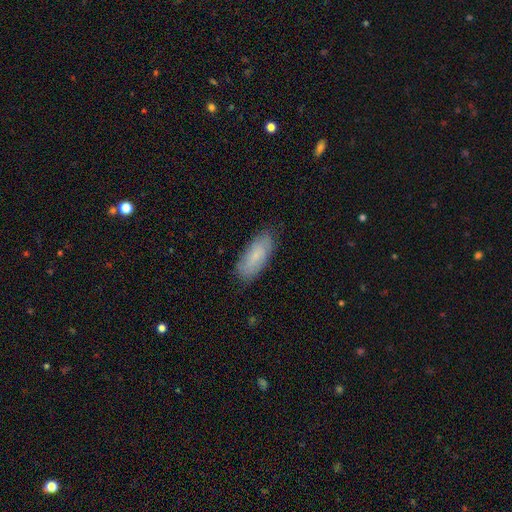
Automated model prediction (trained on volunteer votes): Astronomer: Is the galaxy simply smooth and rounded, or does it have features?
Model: smooth — 72%.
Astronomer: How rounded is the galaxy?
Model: in between — 81%.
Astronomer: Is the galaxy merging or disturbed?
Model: none — 79%.